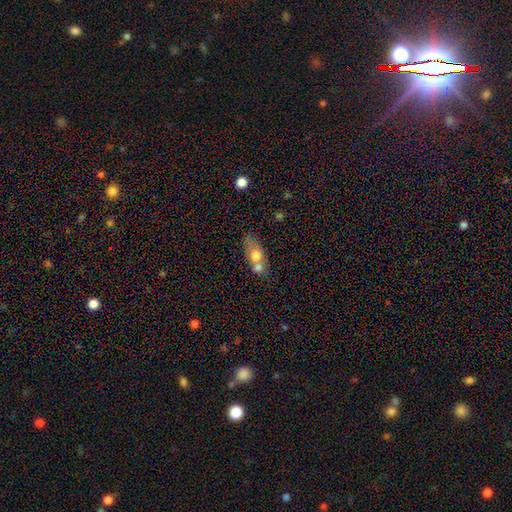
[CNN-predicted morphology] The model was most divided on "merging": merger: 53%, none: 30%, minor disturbance: 12%, major disturbance: 6%. More confident: how rounded — in between (66%); smooth or featured — smooth (65%).